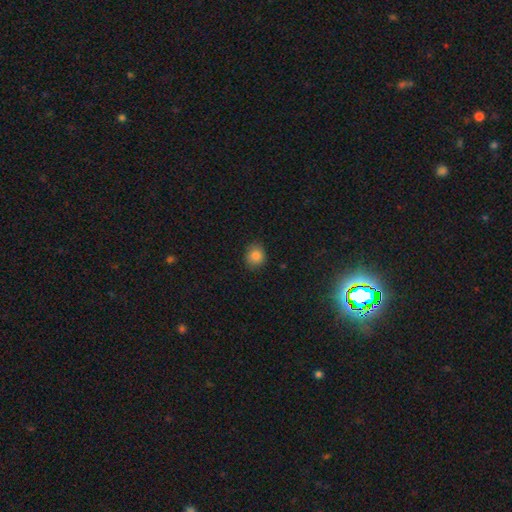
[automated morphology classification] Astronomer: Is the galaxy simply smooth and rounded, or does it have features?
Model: smooth — 85%.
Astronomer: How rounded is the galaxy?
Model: round — 74%.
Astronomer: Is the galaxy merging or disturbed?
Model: none — 86%.